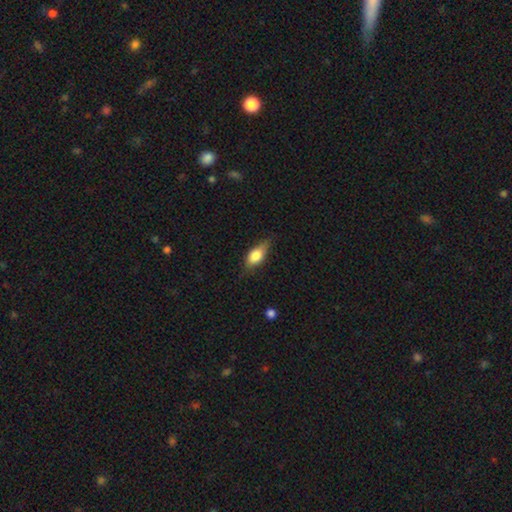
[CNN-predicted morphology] Q: Smooth or featured?
A: smooth (73%); runner-up: featured or disk (20%)
Q: How rounded?
A: in between (80%); runner-up: cigar-shaped (14%)
Q: Merging?
A: none (65%); runner-up: minor disturbance (27%)